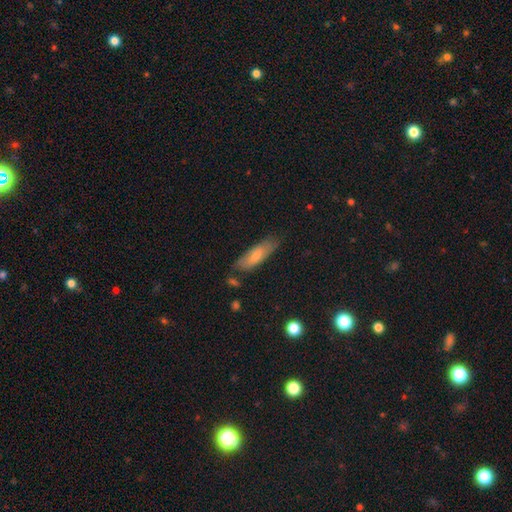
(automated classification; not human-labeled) Overall: smooth (66%; featured or disk 27%). How rounded: in between (50%; cigar-shaped 48%). Merging: none (73%).